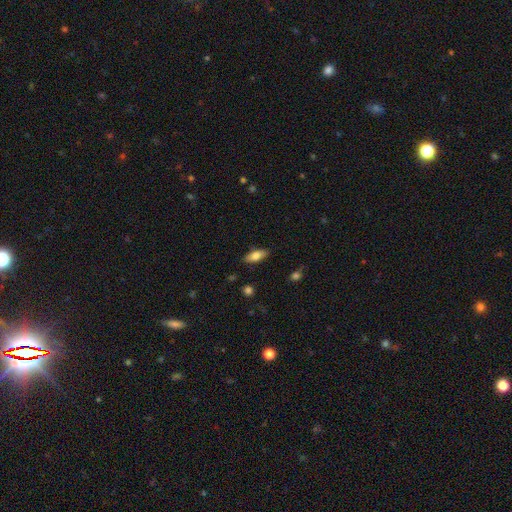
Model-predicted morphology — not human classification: A smooth galaxy with no disk features (76%) that is in between round and cigar-shaped (78%).

Vote fractions:
- Smooth or featured? smooth: 76% / featured or disk: 17% / star or artifact: 7%
- How rounded? in between: 78% / cigar-shaped: 19% / round: 3%
- Merging? none: 84% / minor disturbance: 12% / major disturbance: 2% / merger: 1%